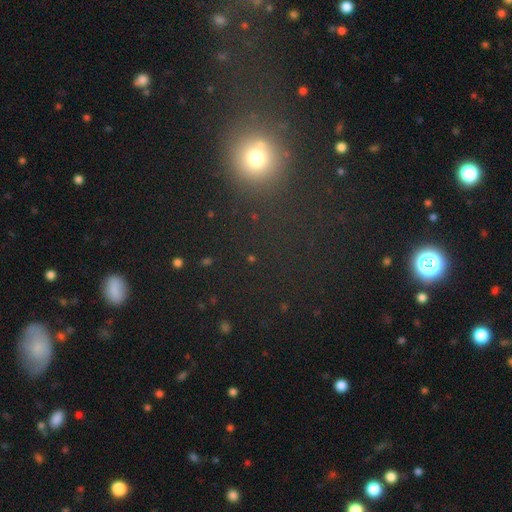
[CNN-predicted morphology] Smooth or featured: smooth — 51% (star or artifact — 41%)
How rounded: round — 86% (in between — 12%)
Merging: none — 79% (minor disturbance — 9%)